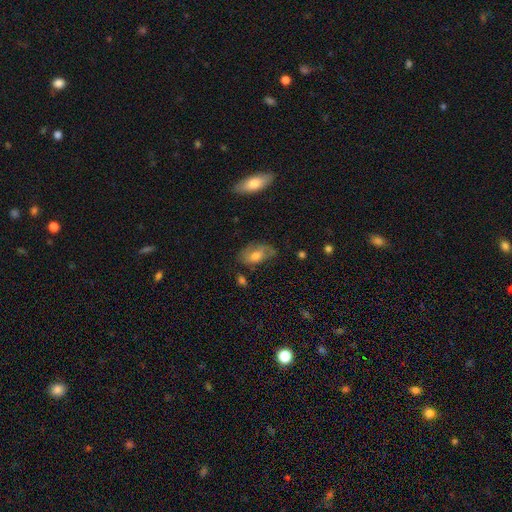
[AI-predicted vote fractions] A smooth galaxy with no disk features (59%) that is in between round and cigar-shaped (90%). Merging: none (53%).